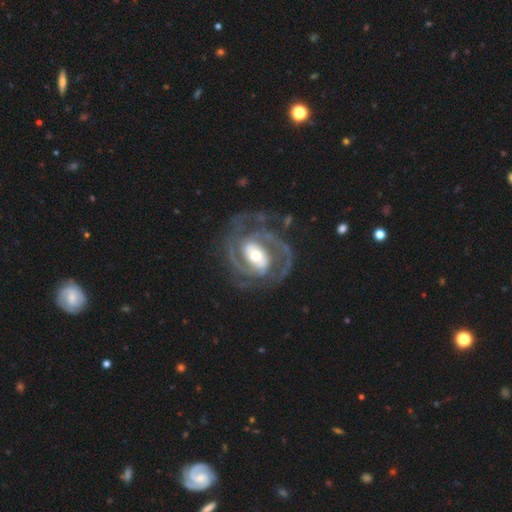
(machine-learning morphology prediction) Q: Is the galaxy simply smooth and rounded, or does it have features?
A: featured or disk — 91%.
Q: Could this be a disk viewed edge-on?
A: no — 98%.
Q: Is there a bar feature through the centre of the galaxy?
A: weak — 35%, tied with strong.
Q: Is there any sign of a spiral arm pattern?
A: yes — 97%.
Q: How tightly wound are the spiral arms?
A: medium — 46%.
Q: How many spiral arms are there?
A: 2 — 67%.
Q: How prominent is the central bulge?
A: moderate — 63%.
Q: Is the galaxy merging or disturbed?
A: none — 69%.